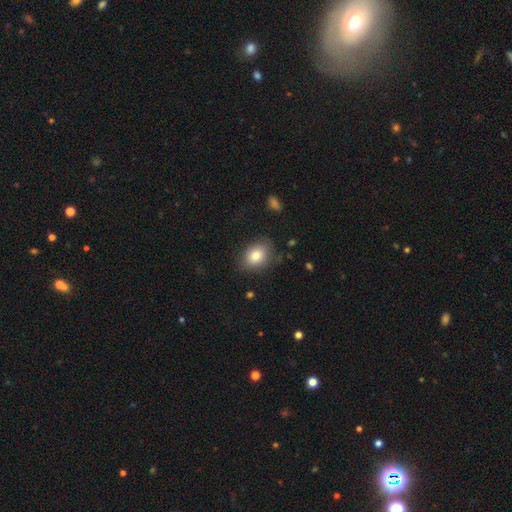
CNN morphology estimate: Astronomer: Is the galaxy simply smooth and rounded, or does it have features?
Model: smooth — 82%.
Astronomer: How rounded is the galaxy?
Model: in between — 64%.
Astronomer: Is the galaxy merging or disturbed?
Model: none — 76%.